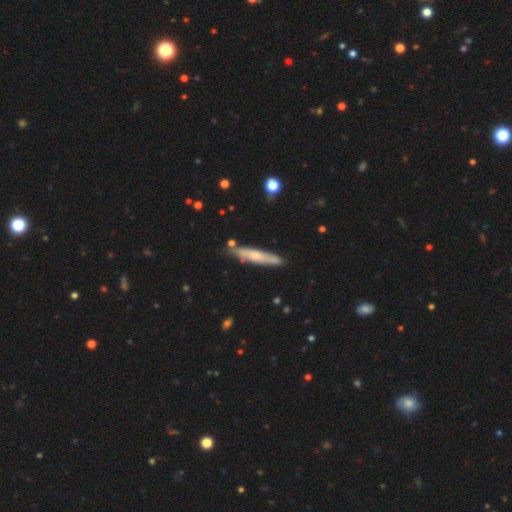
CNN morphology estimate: smooth-or-featured: smooth: 50% | featured or disk: 44% | star or artifact: 6%
  how-rounded: cigar-shaped: 90% | in between: 9% | round: 1%
  merging: none: 79% | minor disturbance: 15% | merger: 4% | major disturbance: 3%